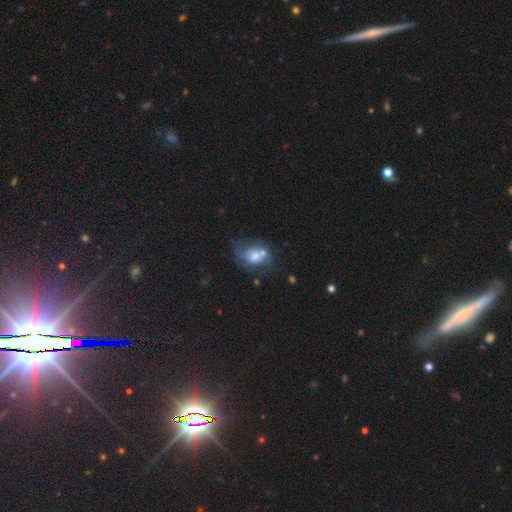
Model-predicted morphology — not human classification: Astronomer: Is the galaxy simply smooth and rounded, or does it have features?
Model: featured or disk — 48% (runner-up: smooth, 41%).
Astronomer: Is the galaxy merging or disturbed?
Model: none — 34% (runner-up: merger, 27%).